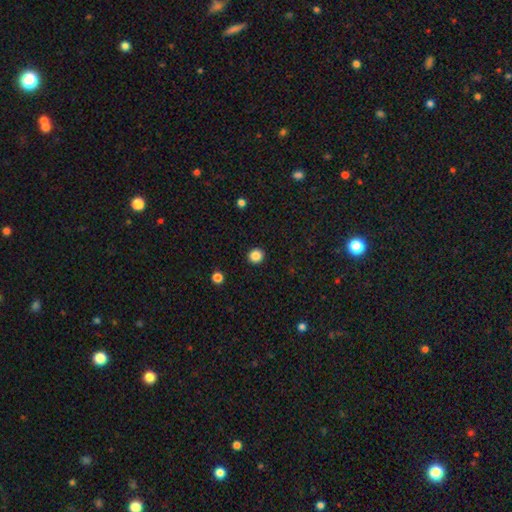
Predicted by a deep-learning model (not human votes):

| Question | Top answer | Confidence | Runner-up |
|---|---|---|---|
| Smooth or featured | smooth | 86% | star or artifact (10%) |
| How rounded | round | 93% | in between (6%) |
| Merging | none | 93% | minor disturbance (4%) |